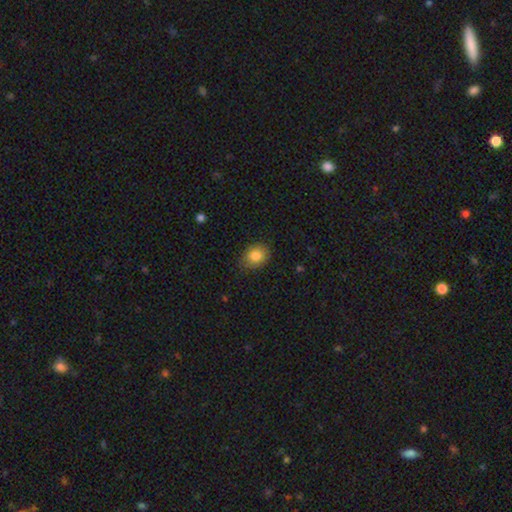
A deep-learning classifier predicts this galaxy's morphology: This appears to be a smooth galaxy with no disk features (84%) that is in between round and cigar-shaped (59%). Merging: none (79%).